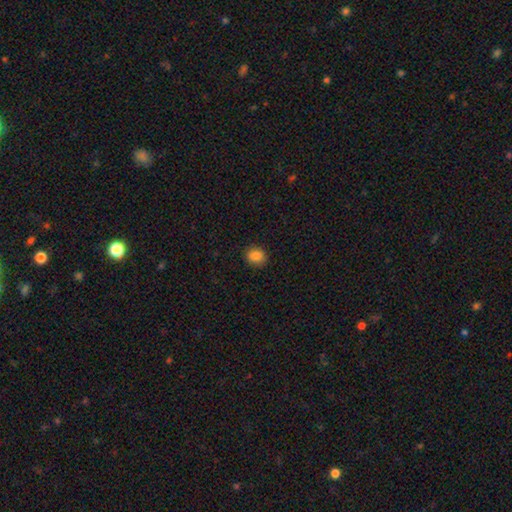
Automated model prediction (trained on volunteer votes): A smooth galaxy with no disk features (86%) that is round (59%). Merging: none (88%).